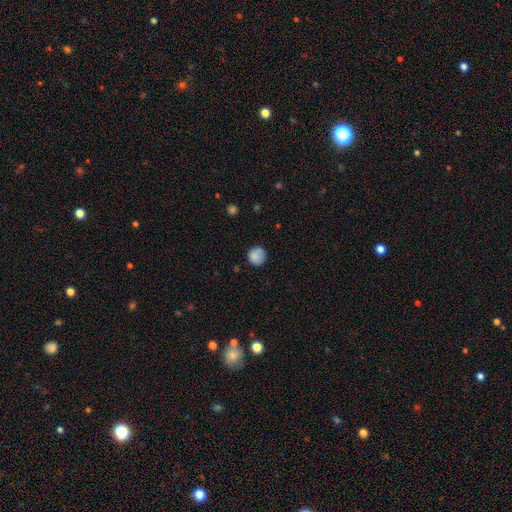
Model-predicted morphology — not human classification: Smooth or featured: smooth — 85% (star or artifact — 9%)
How rounded: round — 91% (in between — 8%)
Merging: none — 78% (minor disturbance — 16%)